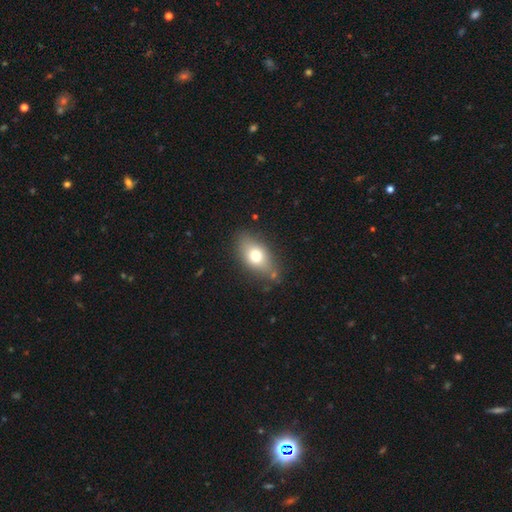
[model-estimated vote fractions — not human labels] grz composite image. It shows a smooth galaxy with no disk features (73%) that is in between round and cigar-shaped (84%). Merging: none (74%).